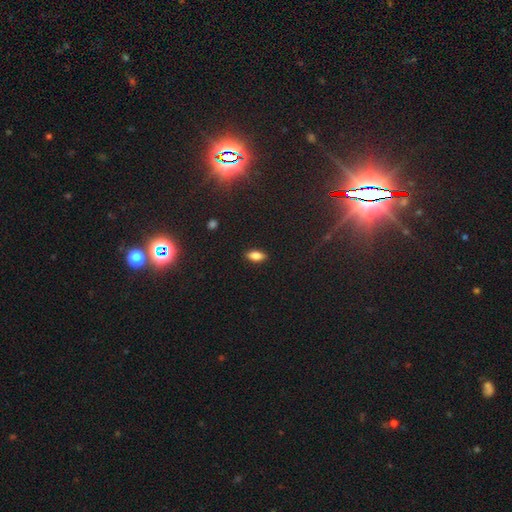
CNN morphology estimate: Smooth or featured? Predicted: smooth (p=0.84). How rounded? Predicted: in between (p=0.87). Merging? Predicted: none (p=0.88).